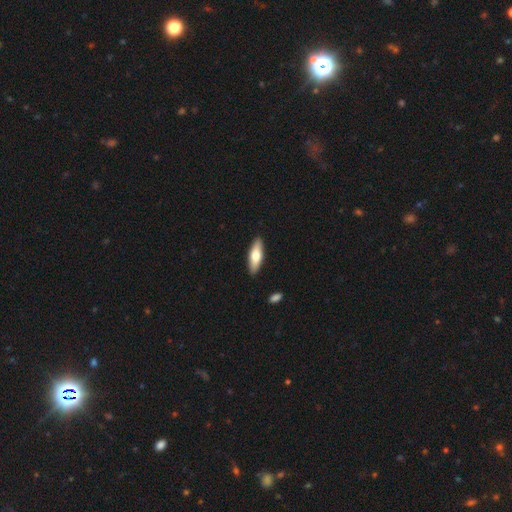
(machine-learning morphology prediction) Smooth or featured? Predicted: smooth (p=0.68). How rounded? Predicted: in between (p=0.55). Merging? Predicted: none (p=0.89).